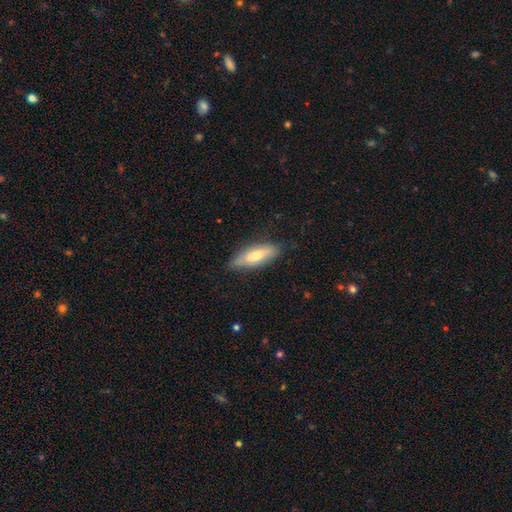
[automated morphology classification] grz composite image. It shows a smooth galaxy with no disk features (60%) that is in between round and cigar-shaped (63%). Merging: none (75%).